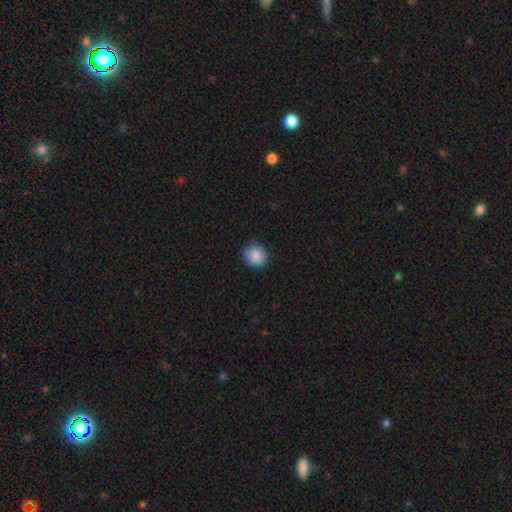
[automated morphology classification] Smooth or featured? Predicted: smooth (p=0.88). How rounded? Predicted: round (p=0.86). Merging? Predicted: none (p=0.88).